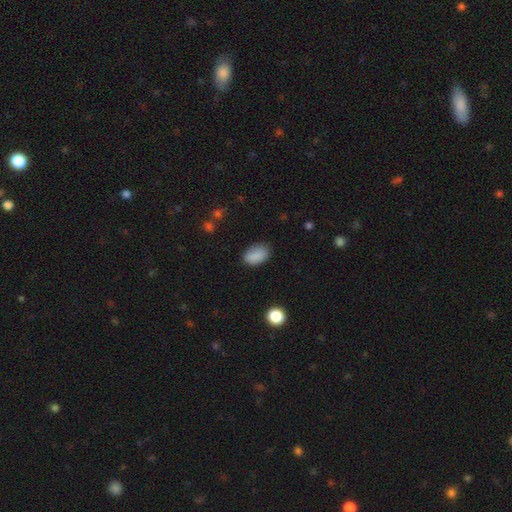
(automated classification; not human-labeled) A smooth galaxy with no disk features (87%) that is in between round and cigar-shaped (89%). Merging: none (78%).